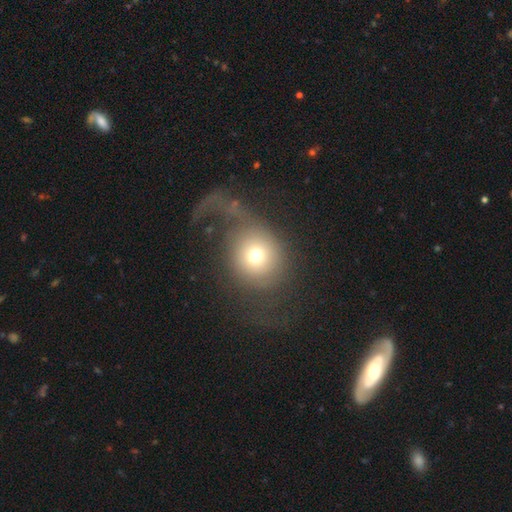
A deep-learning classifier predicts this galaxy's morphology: This is likely a smooth galaxy (64%). How rounded: clearly round (84%). Merging: possibly major disturbance (55%).